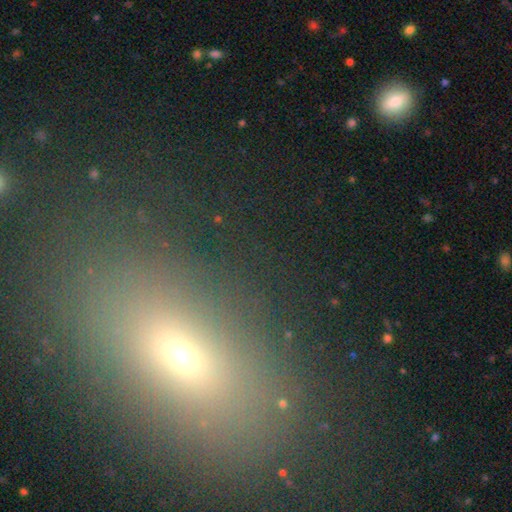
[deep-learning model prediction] A star or artifact, not a galaxy (43%).